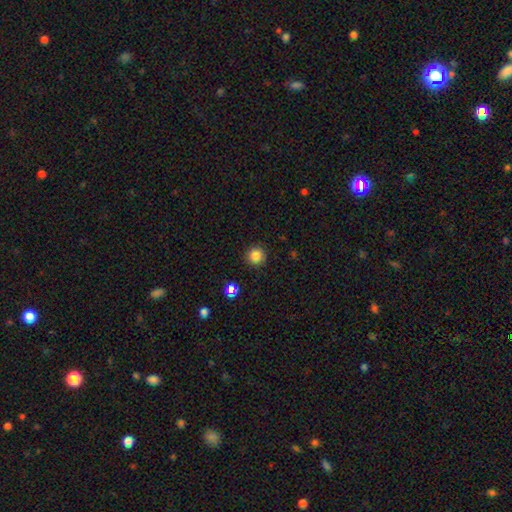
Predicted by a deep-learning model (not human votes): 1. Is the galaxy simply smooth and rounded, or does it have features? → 84% smooth, 12% star or artifact, 4% featured or disk.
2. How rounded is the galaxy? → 95% round, 4% in between, 1% cigar-shaped.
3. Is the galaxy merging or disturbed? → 91% none, 6% minor disturbance, 2% major disturbance, 1% merger.